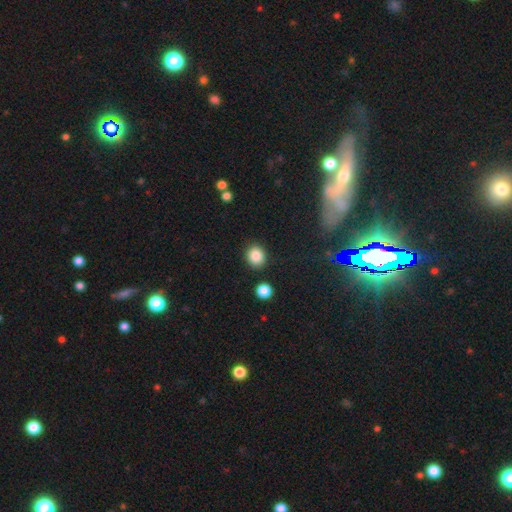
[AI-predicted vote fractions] Q: Smooth or featured?
A: smooth (86%); runner-up: star or artifact (9%)
Q: How rounded?
A: round (74%); runner-up: in between (25%)
Q: Merging?
A: none (86%); runner-up: minor disturbance (8%)